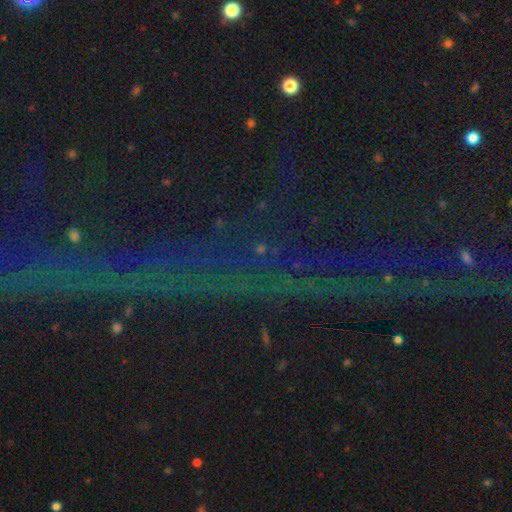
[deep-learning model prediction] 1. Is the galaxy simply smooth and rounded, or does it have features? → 78% star or artifact, 11% featured or disk, 11% smooth.